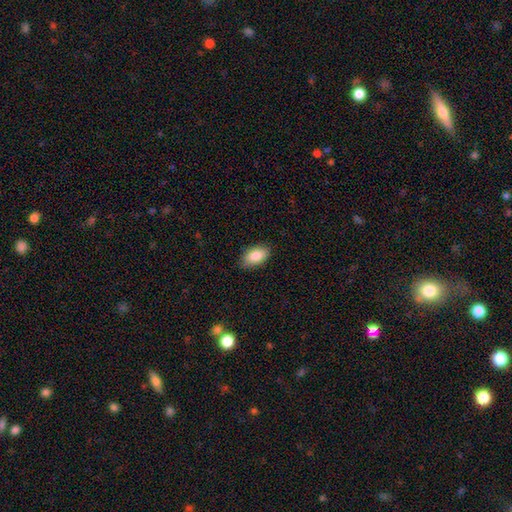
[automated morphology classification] The model was most divided on "merging": none: 86%, minor disturbance: 11%, major disturbance: 2%, merger: 1%. More confident: how rounded — in between (93%); smooth or featured — smooth (86%).